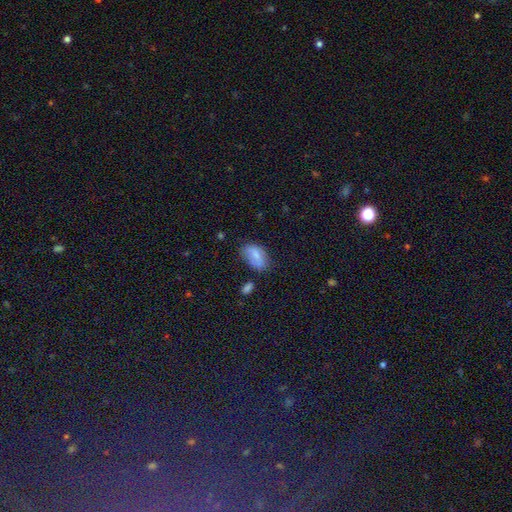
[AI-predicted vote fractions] smooth_or_featured: smooth (p=0.76) [alt: featured or disk p=0.15]
how_rounded: in between (p=0.92) [alt: round p=0.05]
merging: none (p=0.56) [alt: minor disturbance p=0.29]